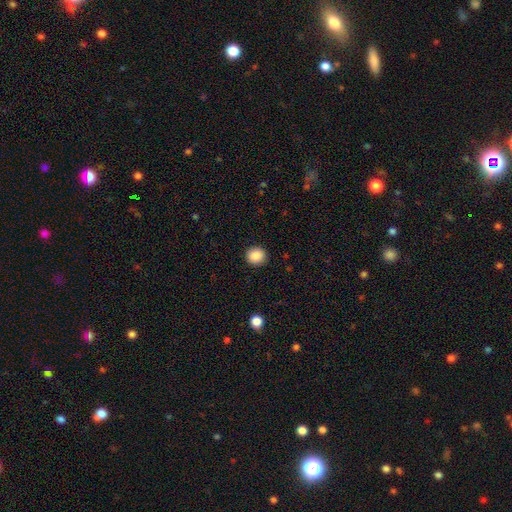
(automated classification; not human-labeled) A smooth galaxy with no disk features (88%) that is round (88%).

Vote fractions:
- Smooth or featured? smooth: 88% / star or artifact: 9% / featured or disk: 3%
- How rounded? round: 88% / in between: 11% / cigar-shaped: 1%
- Merging? none: 92% / minor disturbance: 6% / major disturbance: 2% / merger: 1%